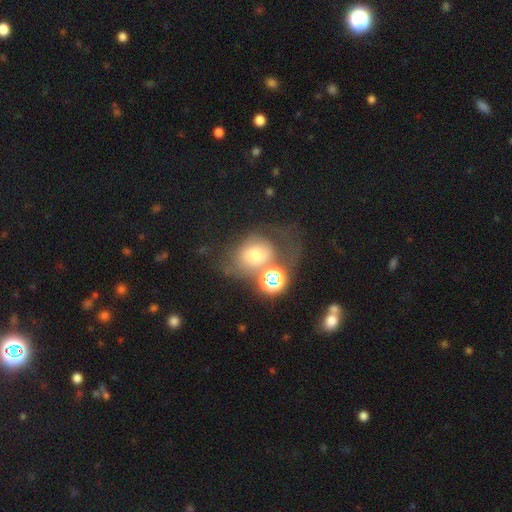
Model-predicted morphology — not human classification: Smooth or featured? smooth (50%)
Merging? none (29%, tied with major disturbance)